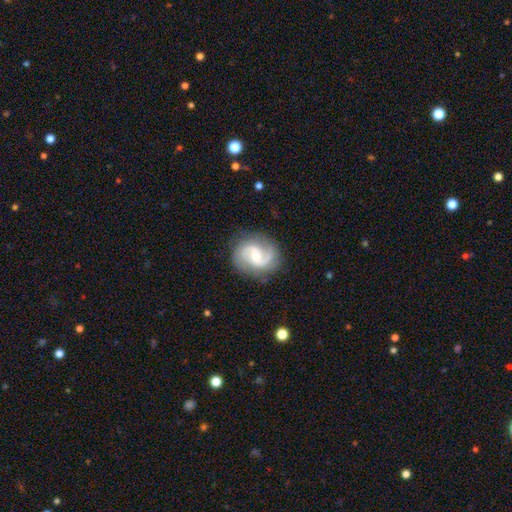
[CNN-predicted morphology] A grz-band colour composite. It shows a featured or disk galaxy (87%) with a weak bar (49%), 2 (91%) medium (52%) spiral arms (97%) and a small central bulge (48%). Merging: none (82%).